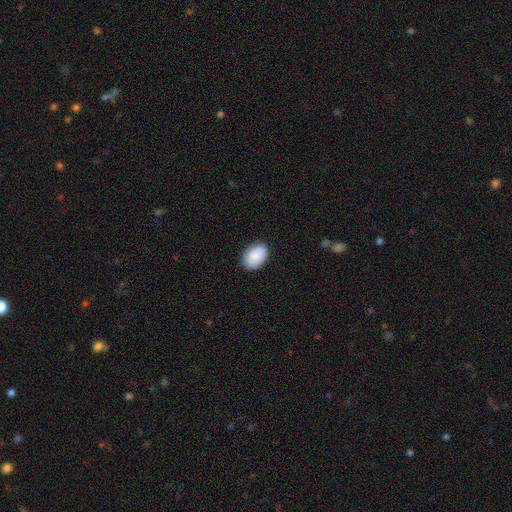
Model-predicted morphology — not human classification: Smooth or featured: smooth — 87% (featured or disk — 6%)
How rounded: in between — 84% (round — 15%)
Merging: none — 84% (minor disturbance — 12%)